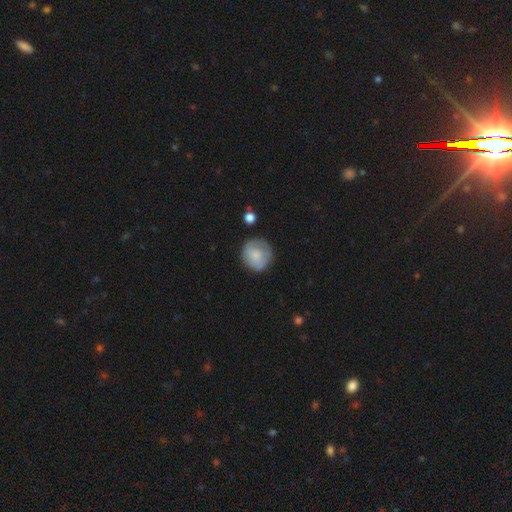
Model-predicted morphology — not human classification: A smooth galaxy with no disk features (75%) that is round (90%).

Vote fractions:
- Smooth or featured? smooth: 75% / featured or disk: 18% / star or artifact: 7%
- How rounded? round: 90% / in between: 9% / cigar-shaped: 1%
- Merging? none: 73% / minor disturbance: 19% / major disturbance: 6% / merger: 2%